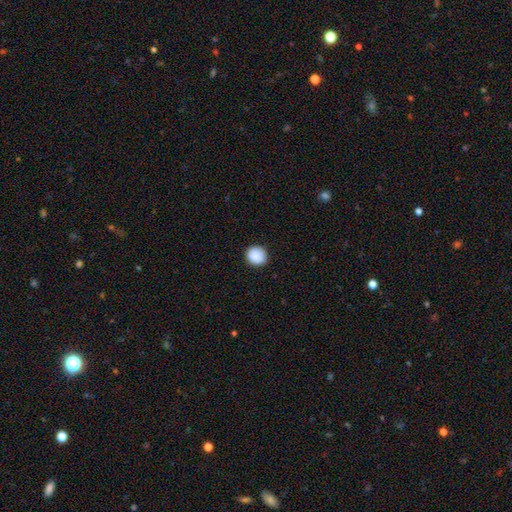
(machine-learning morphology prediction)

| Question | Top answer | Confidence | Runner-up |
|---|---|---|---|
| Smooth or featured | smooth | 89% | star or artifact (8%) |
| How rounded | round | 85% | in between (14%) |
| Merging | none | 89% | minor disturbance (8%) |